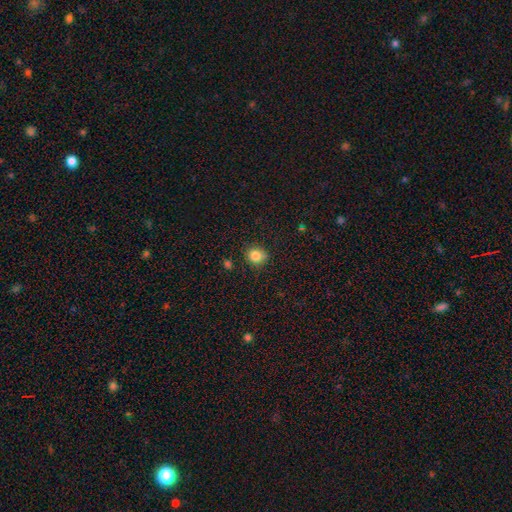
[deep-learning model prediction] A smooth galaxy with no disk features (84%) that is round (85%).

Vote fractions:
- Smooth or featured? smooth: 84% / star or artifact: 11% / featured or disk: 5%
- How rounded? round: 85% / in between: 14% / cigar-shaped: 1%
- Merging? none: 84% / minor disturbance: 11% / major disturbance: 3% / merger: 2%